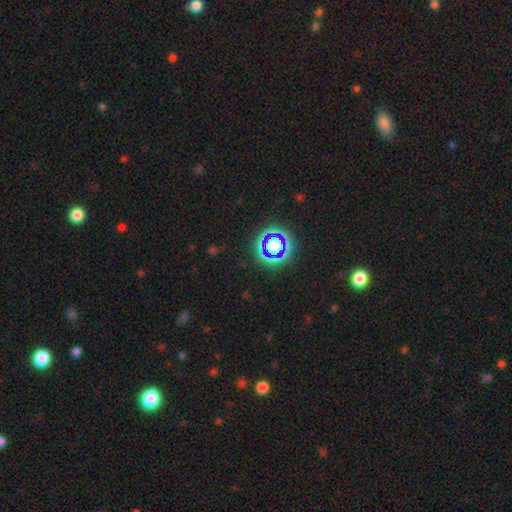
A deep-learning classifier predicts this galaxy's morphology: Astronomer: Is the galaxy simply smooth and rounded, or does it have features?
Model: star or artifact — 75%.